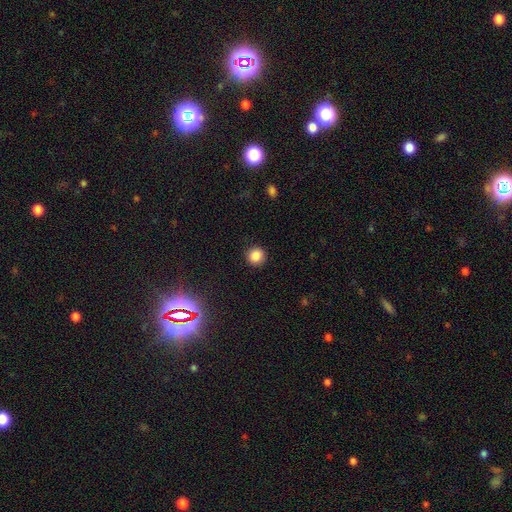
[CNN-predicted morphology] This is clearly a smooth galaxy (85%). How rounded: clearly round (93%). Merging: clearly none (92%).